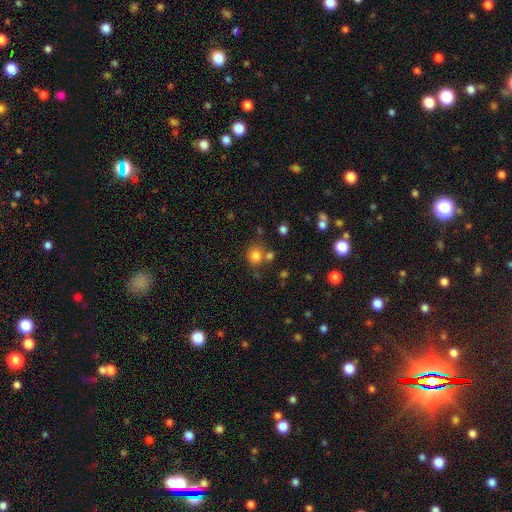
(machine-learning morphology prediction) This is likely a smooth galaxy (80%). How rounded: clearly round (83%). Merging: likely none (64%).